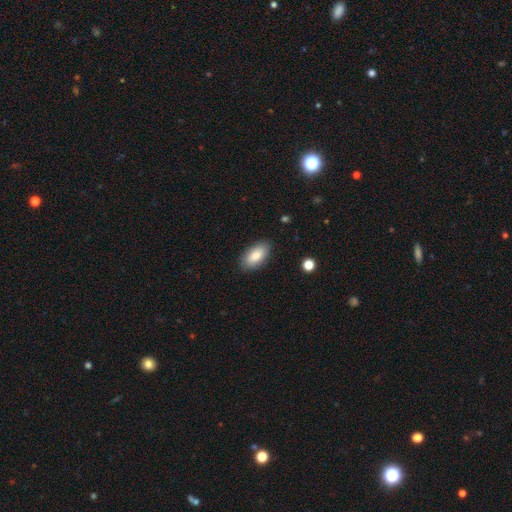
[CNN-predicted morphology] smooth_or_featured: smooth (p=0.85) [alt: featured or disk p=0.09]
how_rounded: in between (p=0.93) [alt: cigar-shaped p=0.04]
merging: none (p=0.86) [alt: minor disturbance p=0.11]